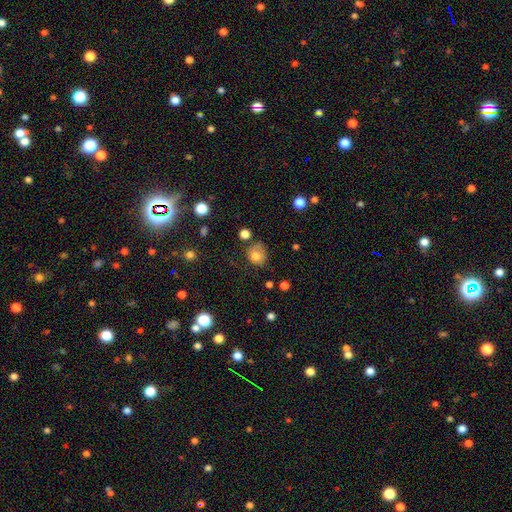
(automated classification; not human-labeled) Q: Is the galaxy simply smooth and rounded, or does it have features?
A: smooth — 77%.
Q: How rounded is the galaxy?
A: round — 65%.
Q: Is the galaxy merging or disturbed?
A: none — 51%.